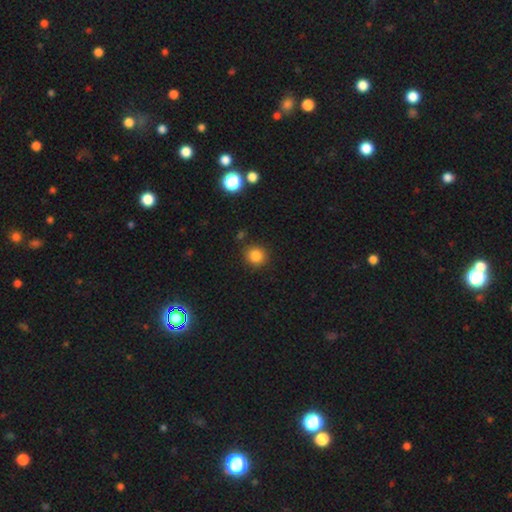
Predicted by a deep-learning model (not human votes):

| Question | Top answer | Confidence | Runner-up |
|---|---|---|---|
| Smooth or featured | smooth | 84% | star or artifact (12%) |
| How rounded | round | 88% | in between (11%) |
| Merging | none | 87% | minor disturbance (8%) |